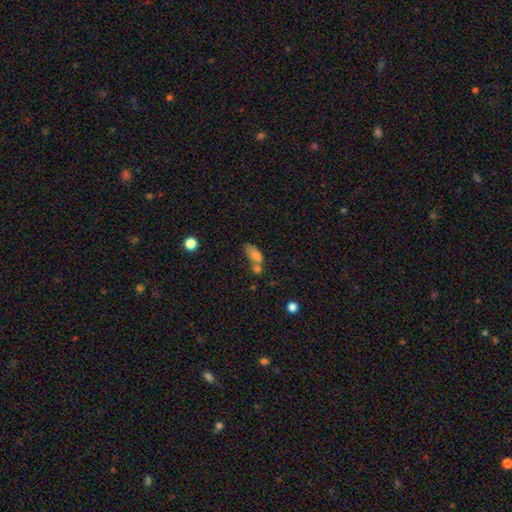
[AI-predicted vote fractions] Morphology: type=smooth (74%); roundness=in between (78%); merging=merger (46%).